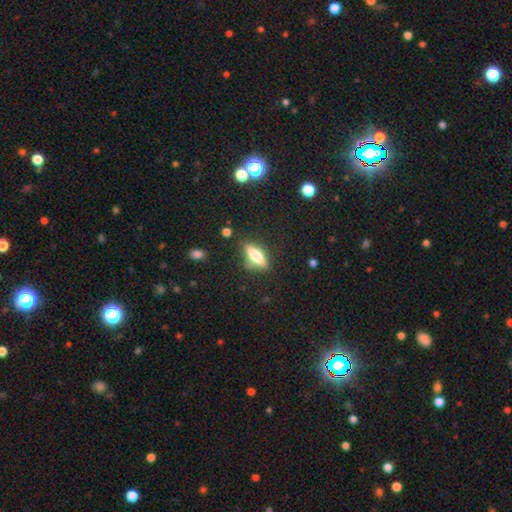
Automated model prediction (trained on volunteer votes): Smooth or featured: smooth — 61% (featured or disk — 31%)
How rounded: in between — 57% (cigar-shaped — 40%)
Merging: none — 78% (minor disturbance — 15%)